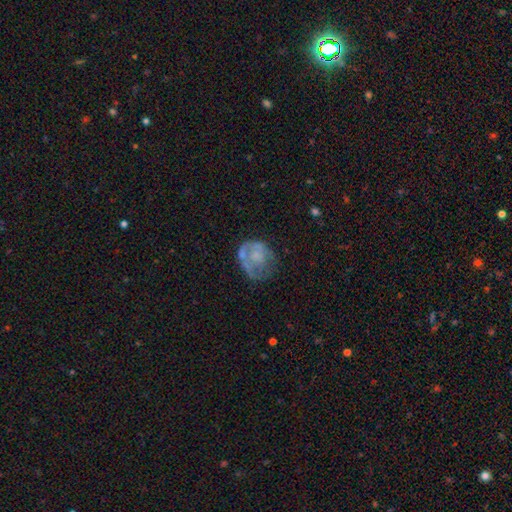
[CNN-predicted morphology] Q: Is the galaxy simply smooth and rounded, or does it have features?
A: featured or disk — 49%.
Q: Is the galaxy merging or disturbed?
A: none — 41%.